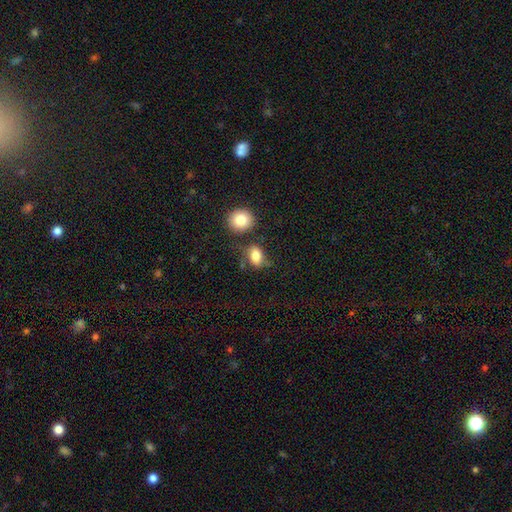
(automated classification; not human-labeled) smooth_or_featured: smooth (p=0.80) [alt: featured or disk p=0.11]
how_rounded: in between (p=0.77) [alt: round p=0.20]
merging: none (p=0.55) [alt: minor disturbance p=0.23]